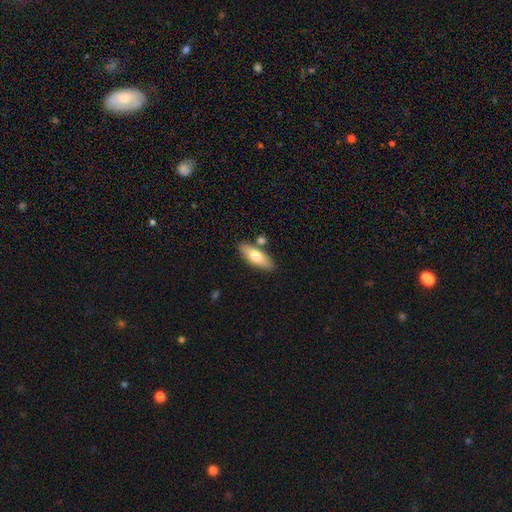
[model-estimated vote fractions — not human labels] smooth_or_featured: smooth (p=0.73) [alt: featured or disk p=0.22]
how_rounded: in between (p=0.69) [alt: cigar-shaped p=0.28]
merging: none (p=0.78) [alt: minor disturbance p=0.11]